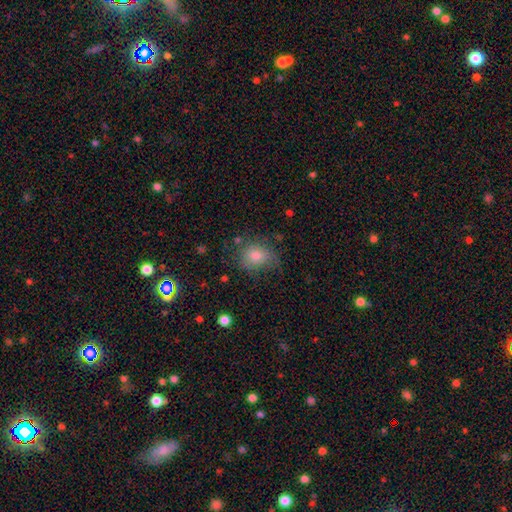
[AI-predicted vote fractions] The model was most divided on "how rounded": round: 53%, in between: 46%, cigar-shaped: 1%. More confident: smooth or featured — smooth (71%); merging — none (63%).